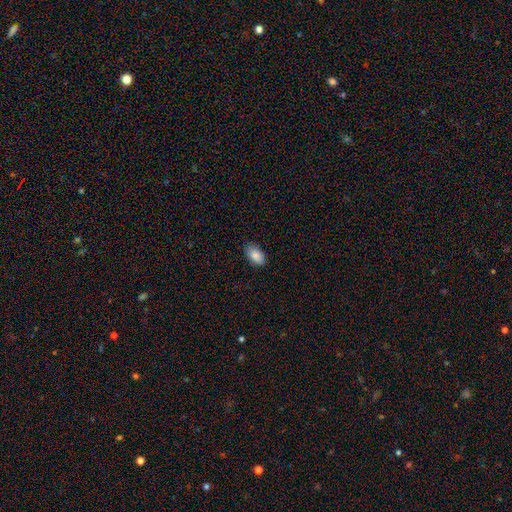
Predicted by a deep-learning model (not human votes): A smooth galaxy with no disk features (88%) that is in between round and cigar-shaped (94%). Merging: none (85%).